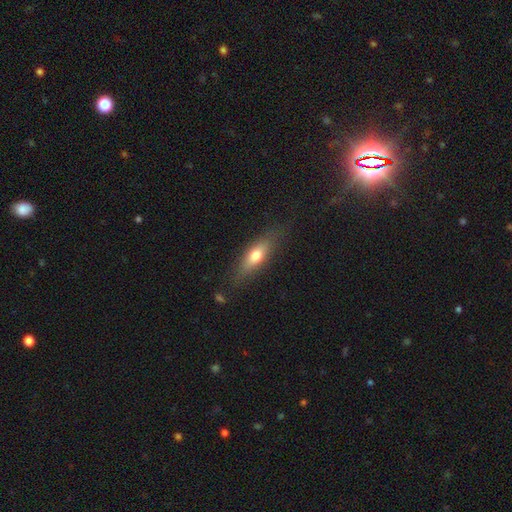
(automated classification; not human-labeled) Smooth or featured? Predicted: smooth (p=0.65). How rounded? Predicted: in between (p=0.55). Merging? Predicted: none (p=0.78).